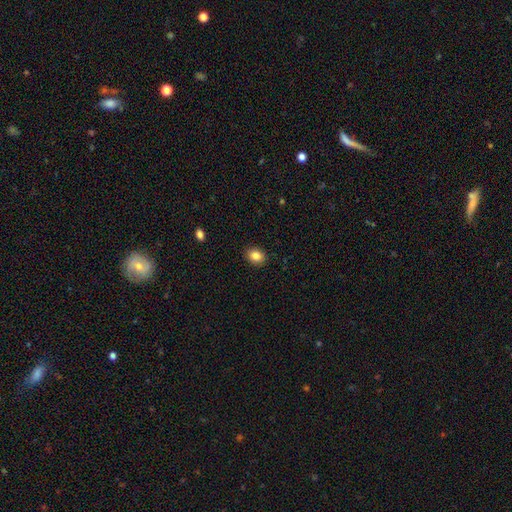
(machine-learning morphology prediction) smooth-or-featured: smooth: 85% | star or artifact: 9% | featured or disk: 6%
  how-rounded: in between: 50% | round: 49% | cigar-shaped: 1%
  merging: none: 90% | minor disturbance: 7% | major disturbance: 2% | merger: 1%